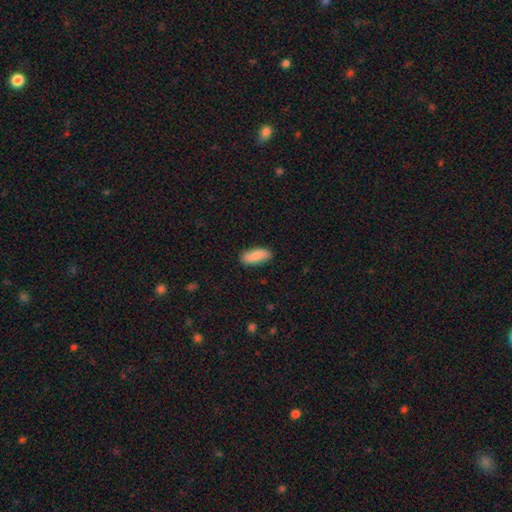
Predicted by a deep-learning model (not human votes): This is clearly a smooth galaxy (86%). How rounded: likely in between (78%). Merging: clearly none (86%).